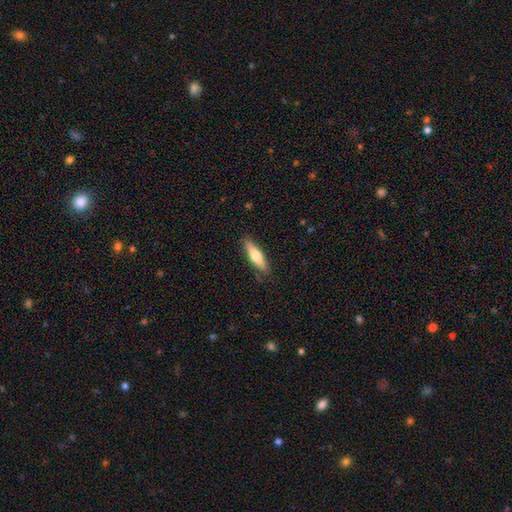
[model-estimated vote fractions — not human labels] Morphology: type=smooth (58%); roundness=cigar-shaped (69%); merging=none (84%).